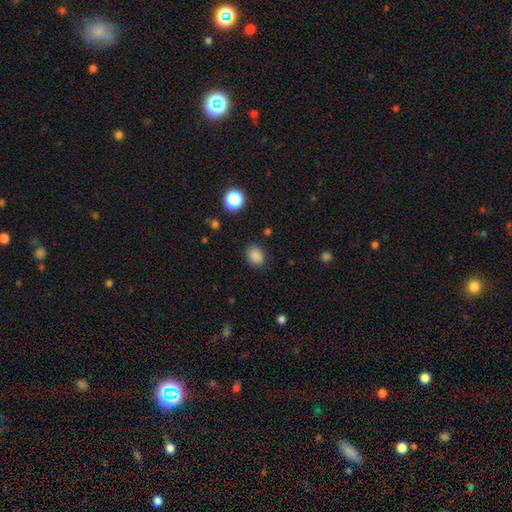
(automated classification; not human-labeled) smooth_or_featured: smooth (p=0.85) [alt: star or artifact p=0.11]
how_rounded: round (p=0.50) [alt: in between p=0.49]
merging: none (p=0.83) [alt: minor disturbance p=0.12]